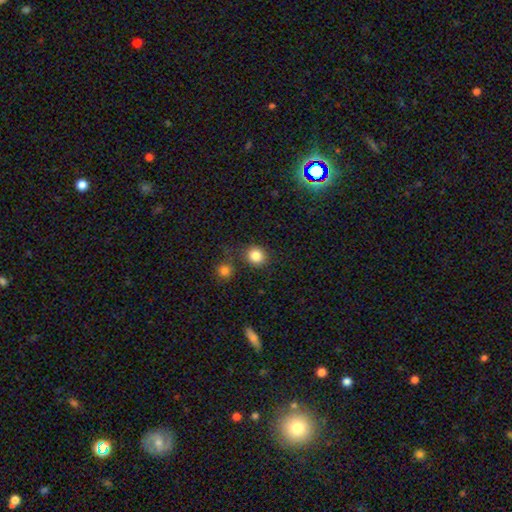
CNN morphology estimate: A smooth galaxy with no disk features (84%) that is round (84%).

Vote fractions:
- Smooth or featured? smooth: 84% / star or artifact: 11% / featured or disk: 5%
- How rounded? round: 84% / in between: 15% / cigar-shaped: 1%
- Merging? none: 79% / minor disturbance: 10% / merger: 8% / major disturbance: 4%